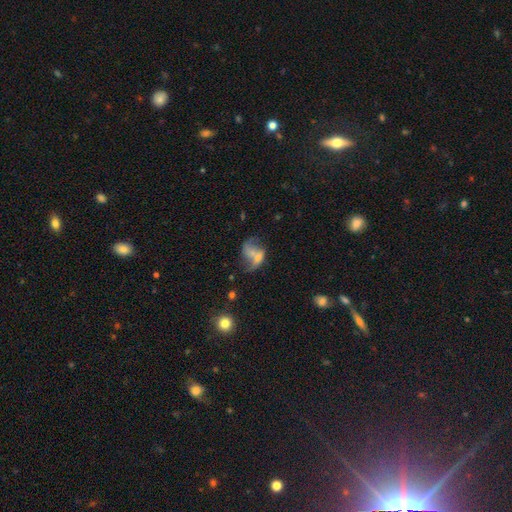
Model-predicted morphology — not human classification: The model was most divided on "bulge size": small: 40%, moderate: 29%, none: 24%, large: 5%, dominant: 2%. Remaining: edge-on disk — no (97%); spiral arms — yes (67%); bar — no (66%); smooth or featured — featured or disk (57%); merging — merger (42%).